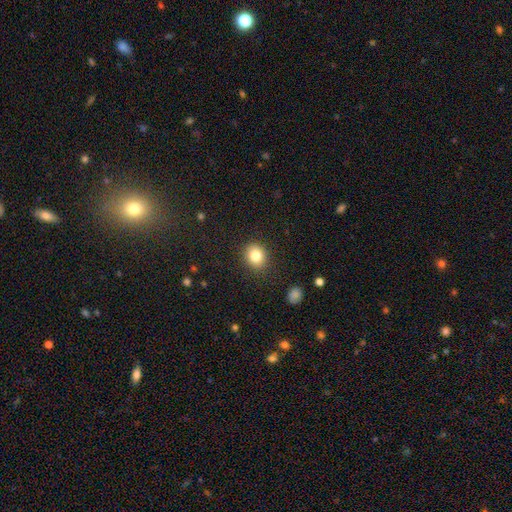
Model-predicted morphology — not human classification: This appears to be a smooth galaxy with no disk features (83%) that is round (72%). Merging: none (88%).